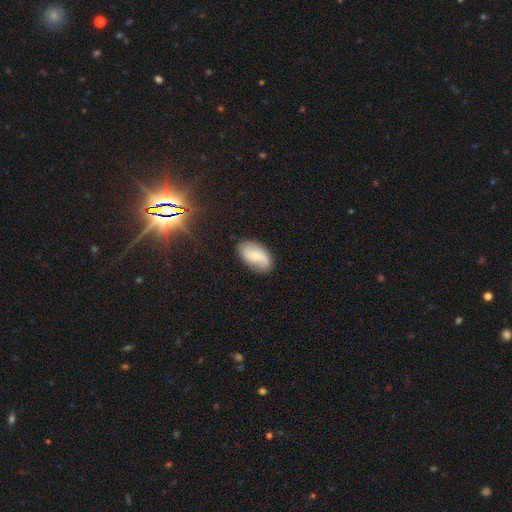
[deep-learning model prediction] Morphology: type=smooth (50%); merging=none (80%).